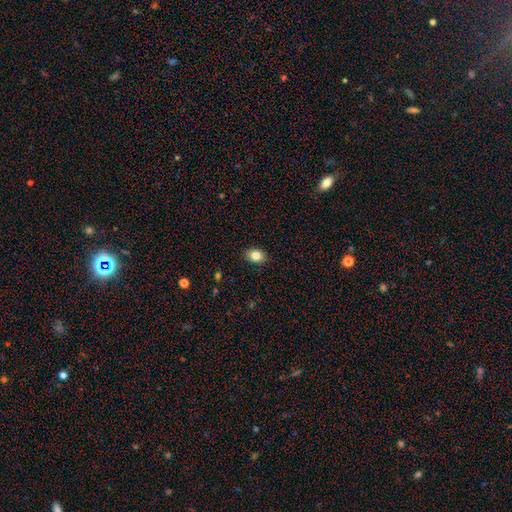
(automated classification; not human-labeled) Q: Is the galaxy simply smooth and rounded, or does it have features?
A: smooth — 83%.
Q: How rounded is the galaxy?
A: in between — 75%.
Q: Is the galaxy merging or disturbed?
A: none — 89%.